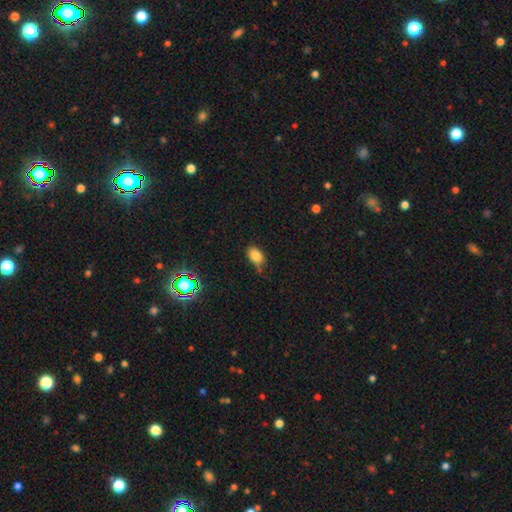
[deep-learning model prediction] smooth 82%, star or artifact 12%, featured or disk 6%. Down the decision tree: how rounded — in between (82%); merging — none (67%).